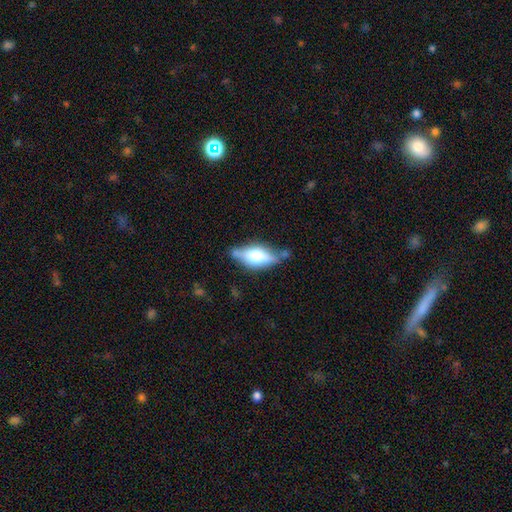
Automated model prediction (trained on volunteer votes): A featured or disk galaxy (50%). Merging: none (64%).